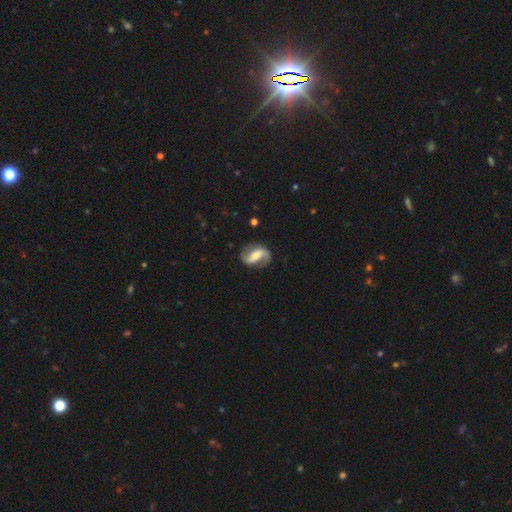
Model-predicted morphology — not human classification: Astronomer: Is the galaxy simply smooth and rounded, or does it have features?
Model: featured or disk — 83%.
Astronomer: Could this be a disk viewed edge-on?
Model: no — 97%.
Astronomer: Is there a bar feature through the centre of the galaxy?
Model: strong — 43% (runner-up: weak, 34%).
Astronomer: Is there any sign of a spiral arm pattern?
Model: yes — 95%.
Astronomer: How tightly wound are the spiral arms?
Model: loose — 52% (runner-up: medium, 36%).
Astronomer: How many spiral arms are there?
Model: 2 — 92%.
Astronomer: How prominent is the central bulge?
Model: moderate — 47% (runner-up: small, 37%).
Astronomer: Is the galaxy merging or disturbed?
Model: none — 81%.